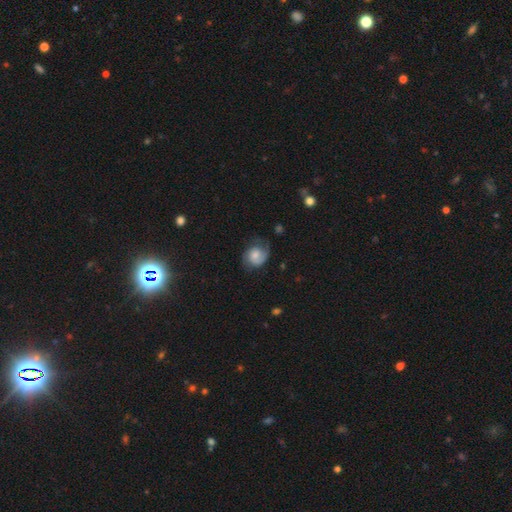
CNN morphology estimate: type=featured or disk (55%); edge-on=no (97%); bar=no (66%); spiral arms=yes (89%); bulge=moderate (44%); merging=none (61%).